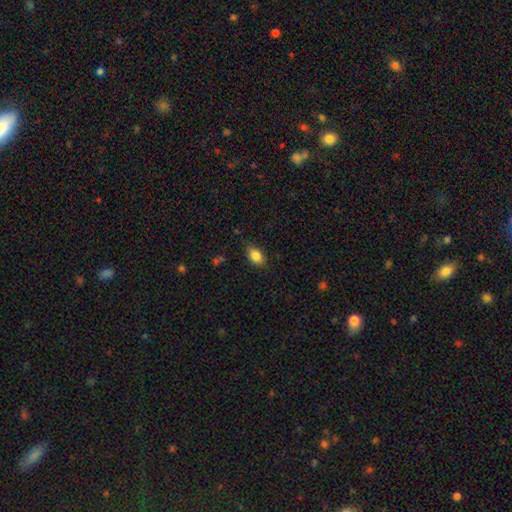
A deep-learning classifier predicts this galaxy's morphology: smooth 85%, star or artifact 8%, featured or disk 7%. Down the decision tree: how rounded — in between (84%); merging — none (81%).